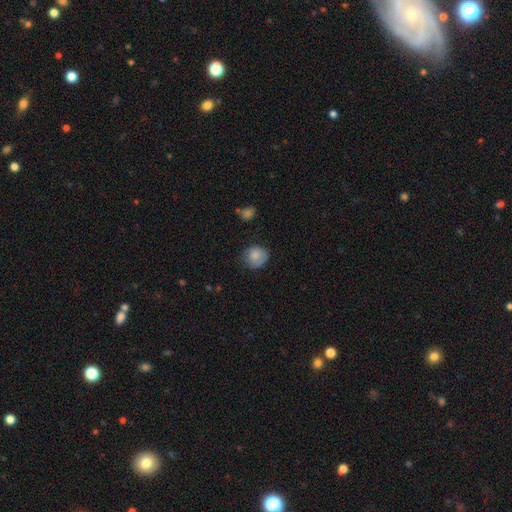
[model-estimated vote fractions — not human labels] smooth_or_featured: smooth (p=0.81) [alt: featured or disk p=0.11]
how_rounded: round (p=0.75) [alt: in between p=0.24]
merging: none (p=0.63) [alt: minor disturbance p=0.27]